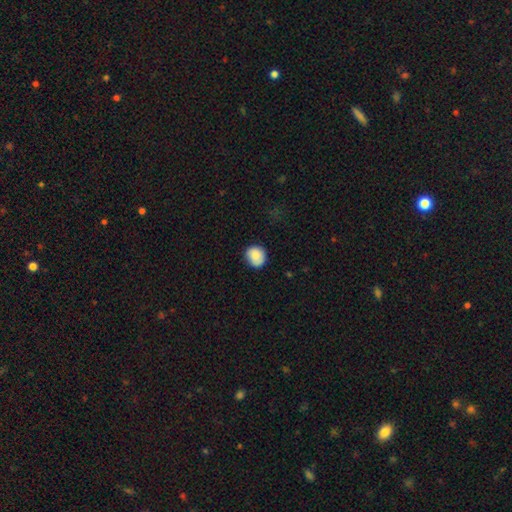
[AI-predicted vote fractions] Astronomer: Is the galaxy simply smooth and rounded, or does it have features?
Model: smooth — 82%.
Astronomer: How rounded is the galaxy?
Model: round — 83%.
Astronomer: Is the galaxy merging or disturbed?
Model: none — 80%.